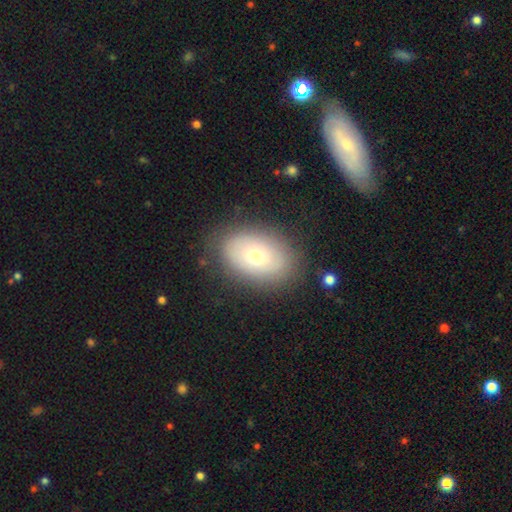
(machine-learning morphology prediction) smooth 61%, featured or disk 30%, star or artifact 9%. Down the decision tree: how rounded — in between (84%); merging — none (82%).